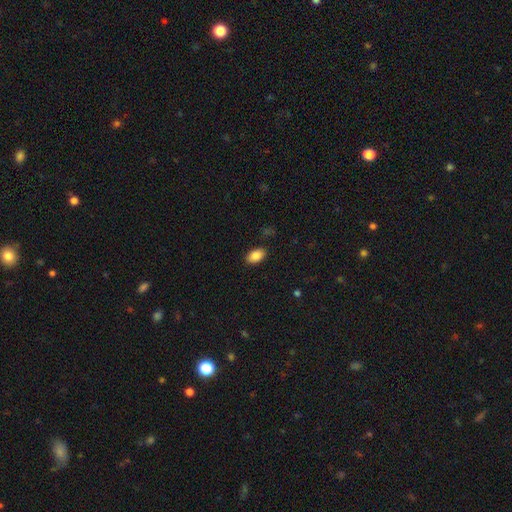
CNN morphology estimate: Q: Smooth or featured?
A: smooth (86%); runner-up: star or artifact (8%)
Q: How rounded?
A: in between (92%); runner-up: round (7%)
Q: Merging?
A: none (87%); runner-up: minor disturbance (9%)